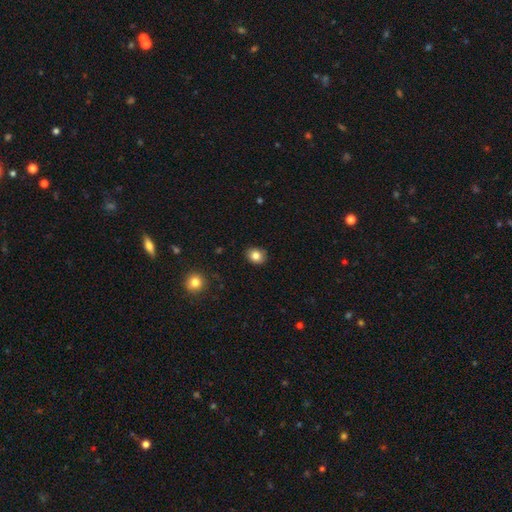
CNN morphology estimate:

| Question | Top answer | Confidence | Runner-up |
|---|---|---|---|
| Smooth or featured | smooth | 83% | star or artifact (10%) |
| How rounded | round | 59% | in between (40%) |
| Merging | none | 88% | minor disturbance (9%) |